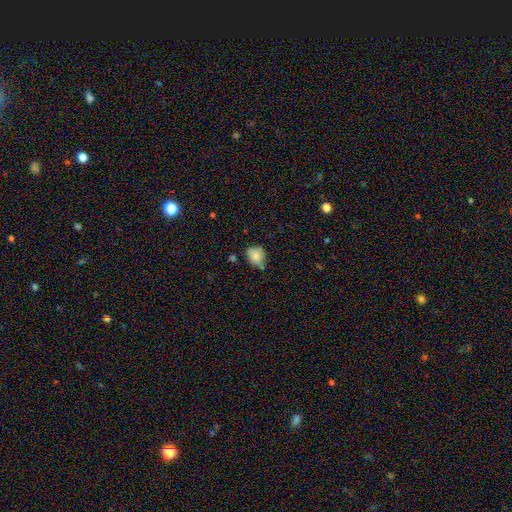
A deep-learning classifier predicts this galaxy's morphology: This is clearly a smooth galaxy (82%). How rounded: likely round (70%). Merging: possibly none (57%).